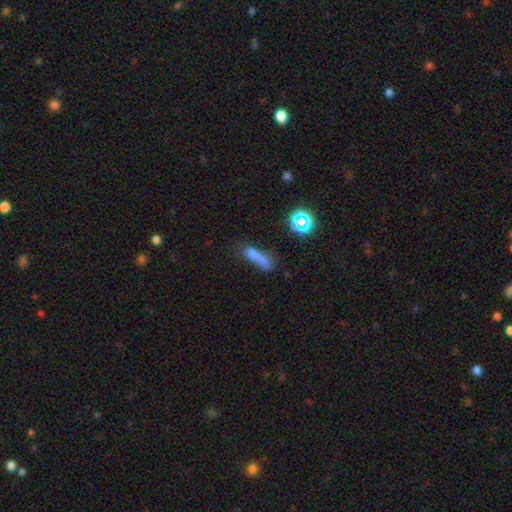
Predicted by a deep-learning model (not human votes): Smooth or featured? smooth (62%)
How rounded? cigar-shaped (55%)
Merging? none (33%)